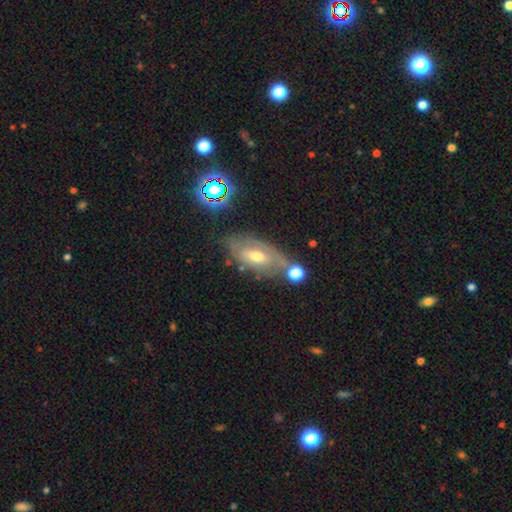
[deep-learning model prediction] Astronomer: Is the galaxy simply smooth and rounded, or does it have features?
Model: featured or disk — 58%.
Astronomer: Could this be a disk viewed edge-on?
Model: no — 83%.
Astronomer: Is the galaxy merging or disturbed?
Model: none — 66%.